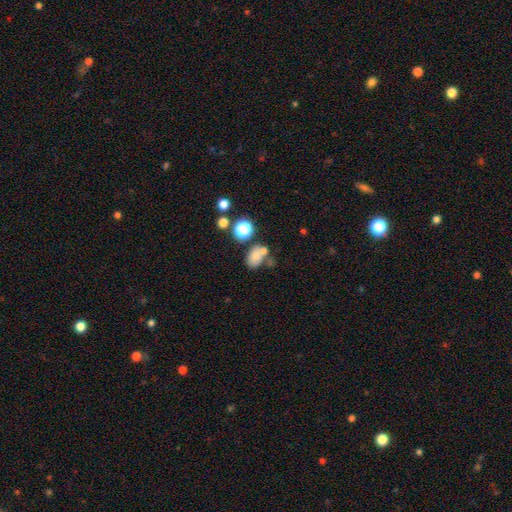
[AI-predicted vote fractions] Morphology: type=smooth (71%); roundness=in between (69%); merging=none (47%).